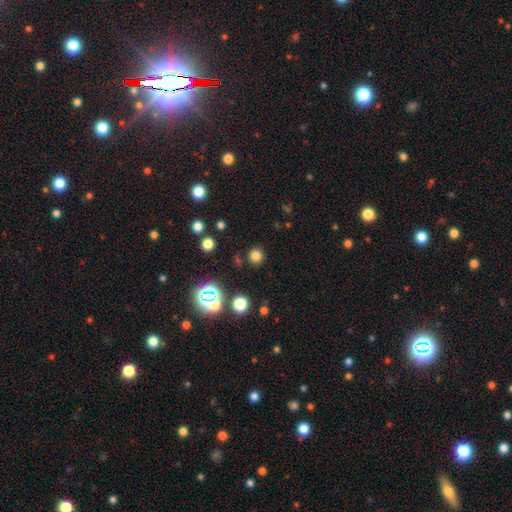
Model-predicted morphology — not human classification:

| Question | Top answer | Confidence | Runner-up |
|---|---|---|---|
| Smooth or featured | smooth | 74% | star or artifact (21%) |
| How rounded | round | 92% | in between (7%) |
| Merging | none | 87% | minor disturbance (7%) |